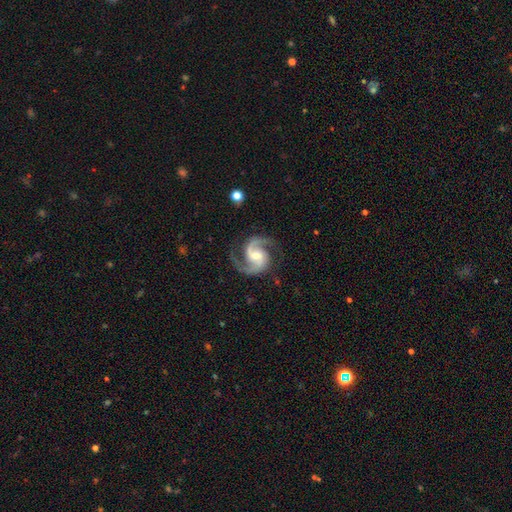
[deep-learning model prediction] Smooth or featured: featured or disk — 93% (star or artifact — 4%)
Edge-on disk: no — 98% (yes — 2%)
Bar: weak — 48% (no — 35%)
Spiral arms: yes — 99% (no — 1%)
Spiral winding: medium — 66% (tight — 18%)
Spiral arm count: 2 — 94% (3 — 2%)
Bulge size: moderate — 58% (small — 34%)
Merging: none — 81% (minor disturbance — 13%)